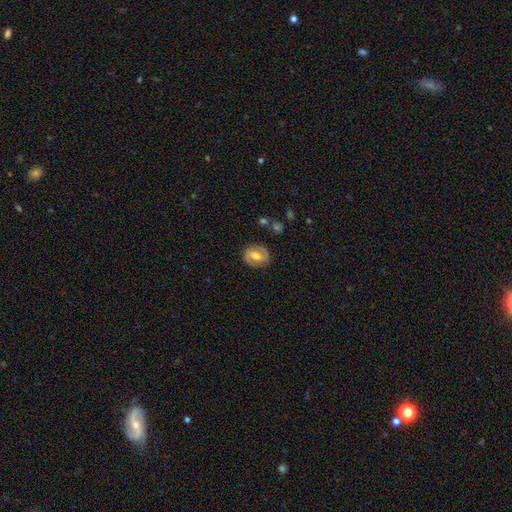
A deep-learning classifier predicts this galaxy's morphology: type=featured or disk (62%); edge-on=no (96%); bar=weak (45%); spiral arms=yes (75%); bulge=moderate (69%); merging=none (84%).